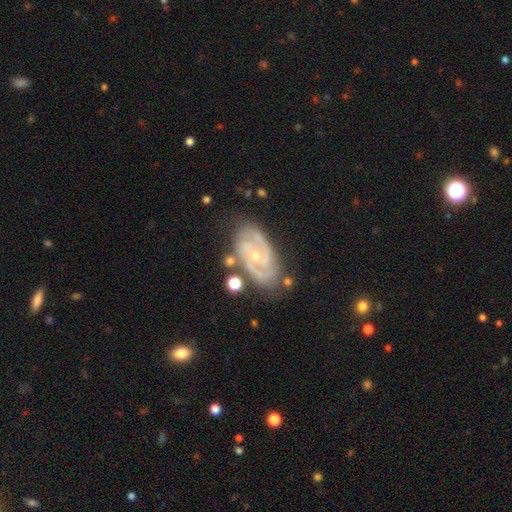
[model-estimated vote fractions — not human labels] featured or disk 90%, star or artifact 5%, smooth 4%. Down the decision tree: edge-on disk — no (97%); bar — no (52%); spiral arms — yes (98%); spiral arm count — 2 (74%); spiral winding — tight (61%); bulge size — small (68%); merging — none (72%).